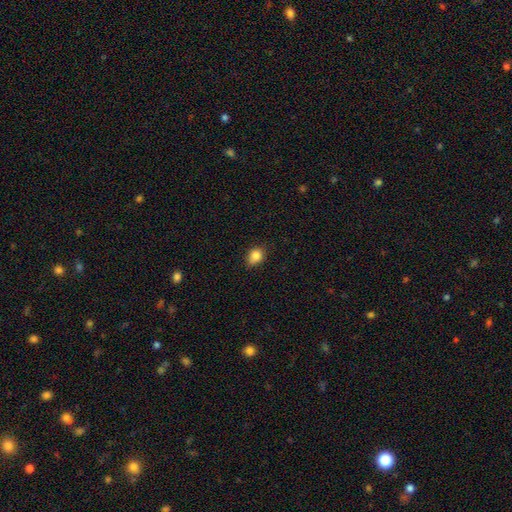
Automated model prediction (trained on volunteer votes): Smooth or featured? Predicted: smooth (p=0.84). How rounded? Predicted: round (p=0.51). Merging? Predicted: none (p=0.73).